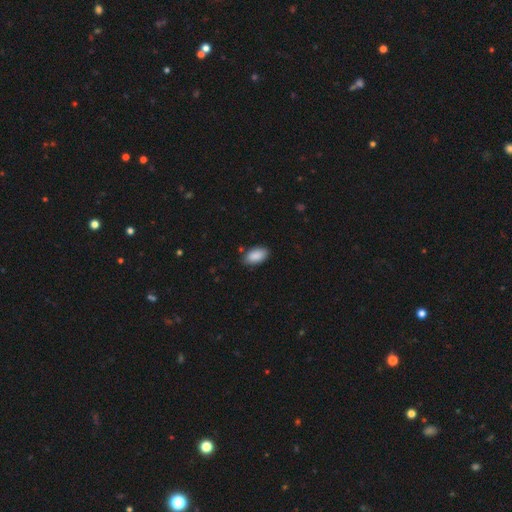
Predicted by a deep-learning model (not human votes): This is clearly a smooth galaxy (90%). How rounded: clearly in between (95%). Merging: clearly none (83%).